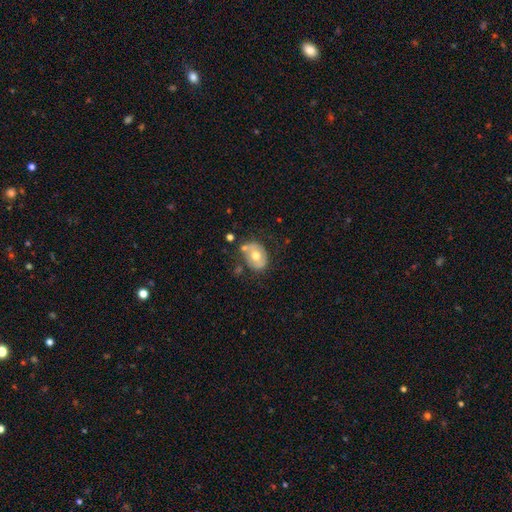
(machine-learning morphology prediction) Overall: smooth (51%; featured or disk 41%). How rounded: in between (66%; round 33%). Merging: none (54%; minor disturbance 23%).